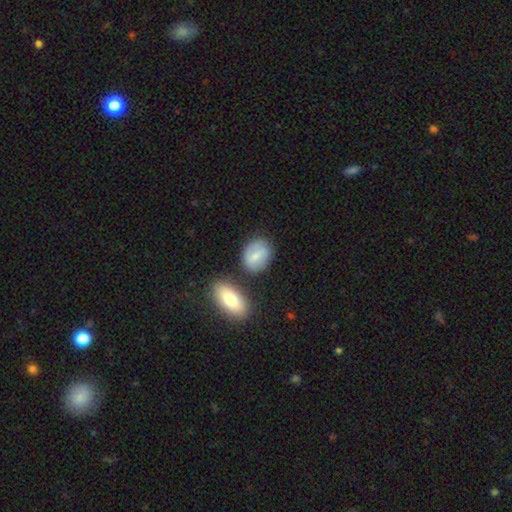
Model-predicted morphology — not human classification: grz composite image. It shows a smooth galaxy with no disk features (72%) that is in between round and cigar-shaped (69%). Merging: none (68%).